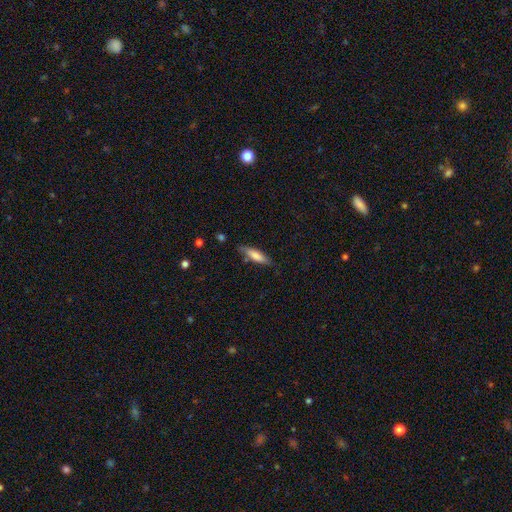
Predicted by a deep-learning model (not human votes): This appears to be a smooth galaxy with no disk features (73%) that is cigar-shaped (68%). Merging: none (78%).